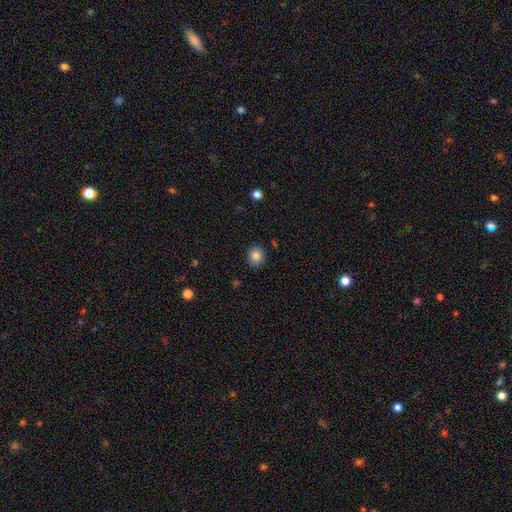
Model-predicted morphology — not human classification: smooth-or-featured: smooth: 84% | star or artifact: 10% | featured or disk: 6%
  how-rounded: round: 80% | in between: 19% | cigar-shaped: 1%
  merging: none: 88% | minor disturbance: 9% | major disturbance: 2% | merger: 1%